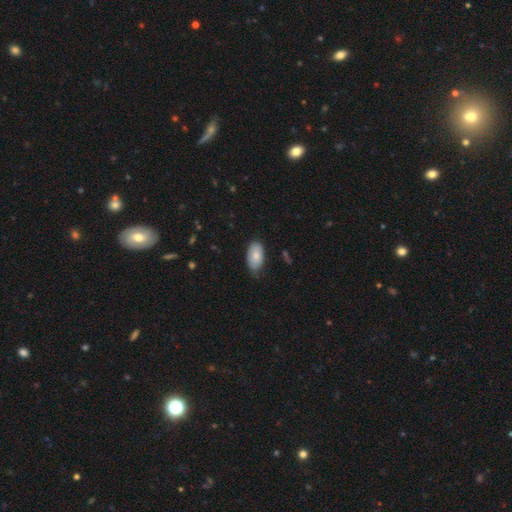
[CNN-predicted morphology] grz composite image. It shows a smooth galaxy with no disk features (79%) that is in between round and cigar-shaped (94%). Merging: none (73%).